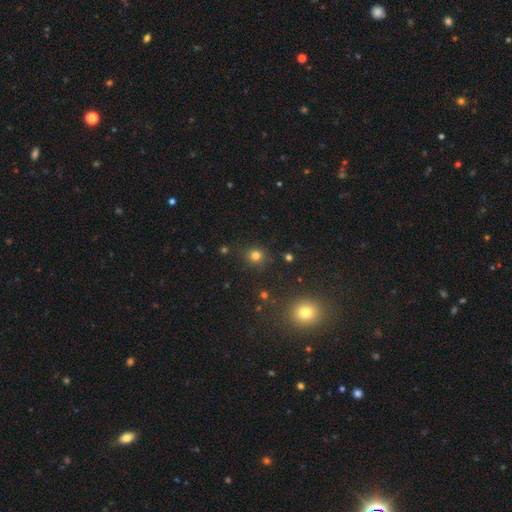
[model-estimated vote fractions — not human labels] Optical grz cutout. It shows a smooth galaxy with no disk features (75%) that is round (89%). Merging: none (84%).